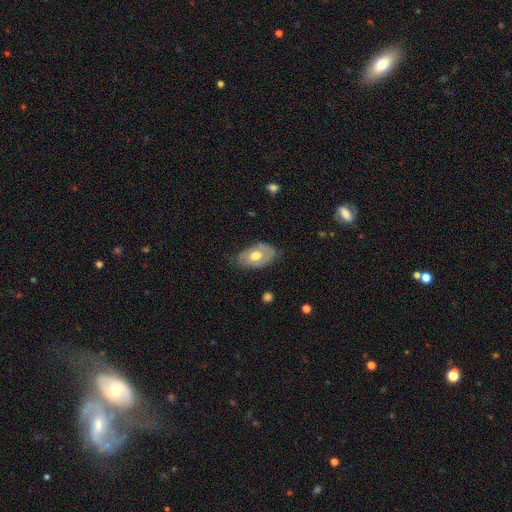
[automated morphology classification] Smooth or featured: featured or disk — 48% (smooth — 46%)
Merging: none — 67% (minor disturbance — 25%)